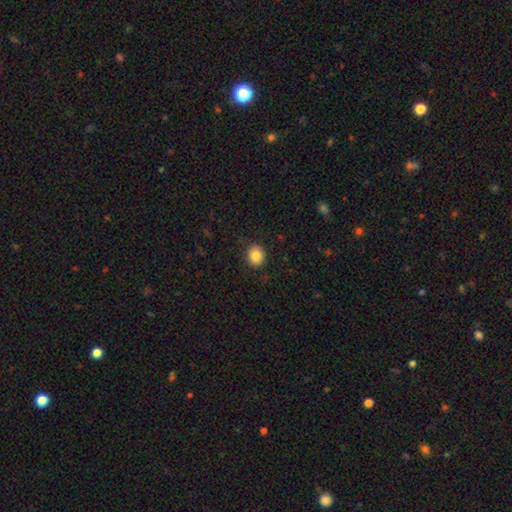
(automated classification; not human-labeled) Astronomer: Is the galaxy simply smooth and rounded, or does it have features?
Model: smooth — 83%.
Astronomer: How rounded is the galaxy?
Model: round — 78%.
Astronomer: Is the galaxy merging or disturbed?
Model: none — 89%.